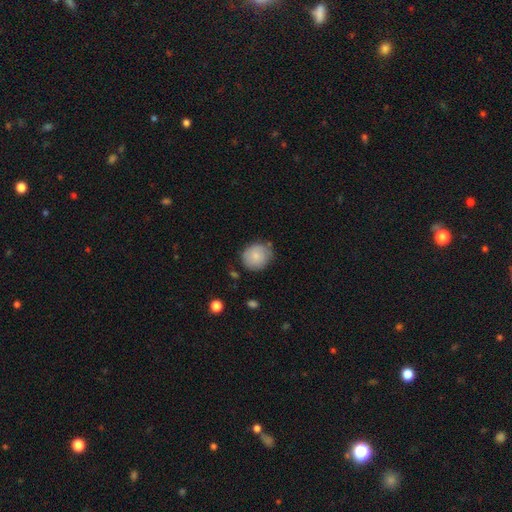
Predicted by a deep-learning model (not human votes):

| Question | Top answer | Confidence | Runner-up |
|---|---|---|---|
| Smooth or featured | smooth | 79% | featured or disk (14%) |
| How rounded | round | 81% | in between (18%) |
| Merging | none | 71% | minor disturbance (21%) |